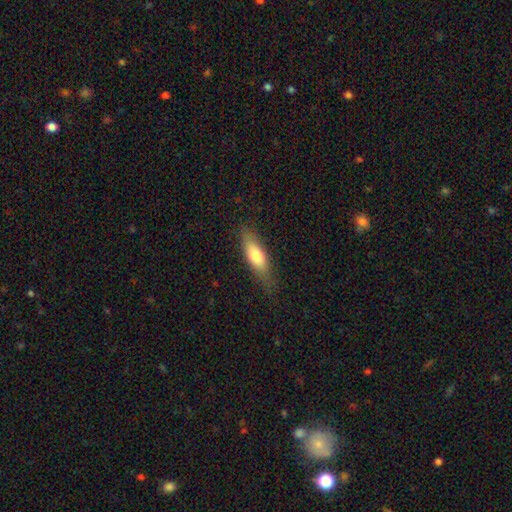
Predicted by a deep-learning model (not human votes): smooth-or-featured: smooth: 70% | featured or disk: 24% | star or artifact: 6%
  how-rounded: in between: 52% | cigar-shaped: 45% | round: 2%
  merging: none: 75% | minor disturbance: 19% | major disturbance: 5% | merger: 1%